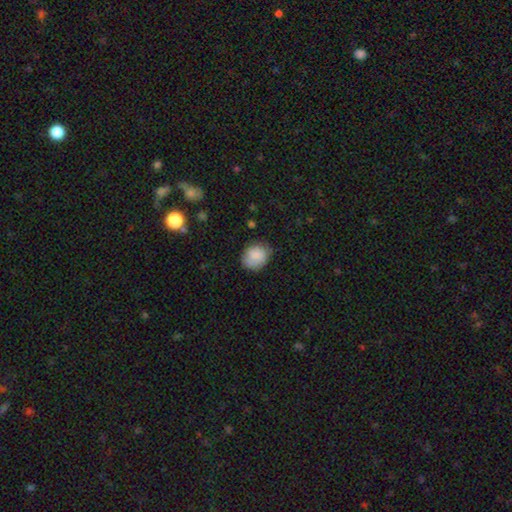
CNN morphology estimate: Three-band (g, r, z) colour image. It shows a smooth galaxy with no disk features (85%) that is round (62%). Merging: none (71%).